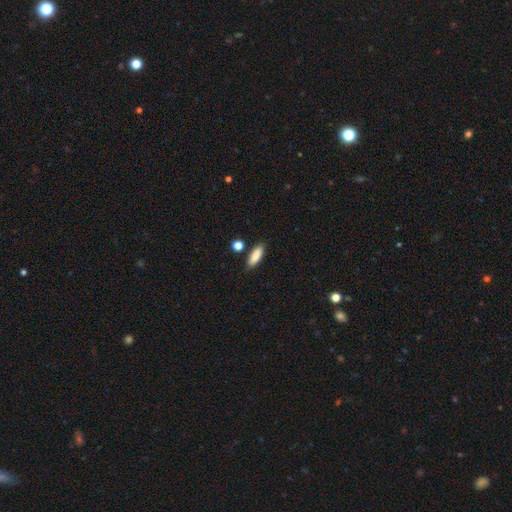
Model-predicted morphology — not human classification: This appears to be a smooth galaxy with no disk features (86%) that is in between round and cigar-shaped (62%). Merging: none (82%).